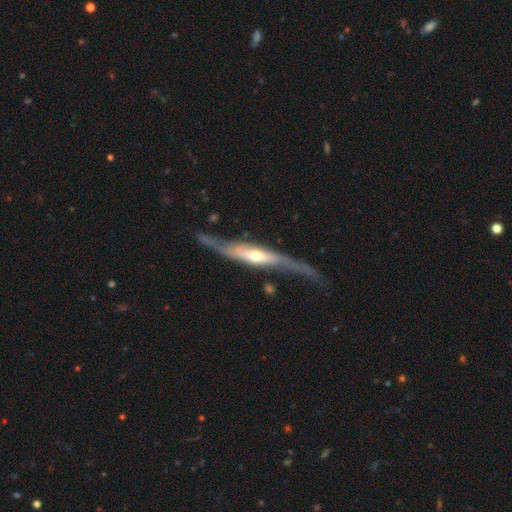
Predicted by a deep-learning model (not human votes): Smooth or featured?
  - featured or disk: 78% *
  - smooth: 17%
  - star or artifact: 5%
Edge-on disk?
  - yes: 72% *
  - no: 28%
Edge-on bulge?
  - rounded: 74% *
  - none: 14%
  - boxy: 12%
Merging?
  - none: 52% *
  - minor disturbance: 26%
  - major disturbance: 19%
  - merger: 4%